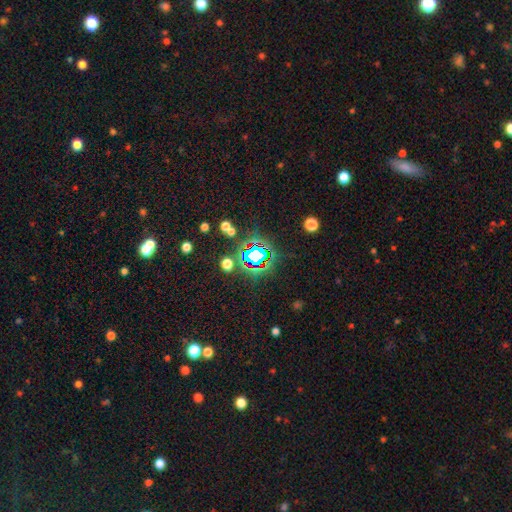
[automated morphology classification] Smooth or featured: star or artifact — 67% (smooth — 20%)